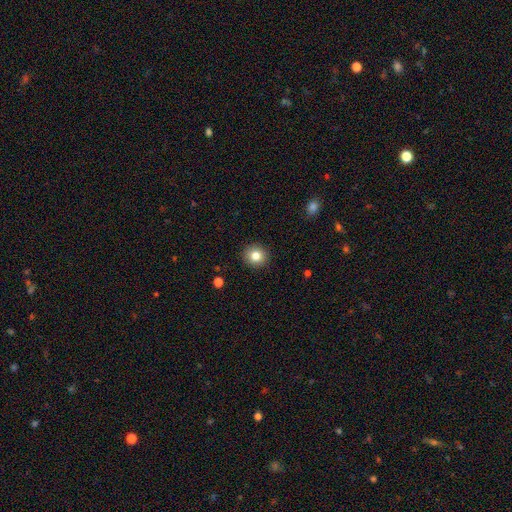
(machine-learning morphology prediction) This is clearly a smooth galaxy (82%). How rounded: clearly round (91%). Merging: clearly none (92%).